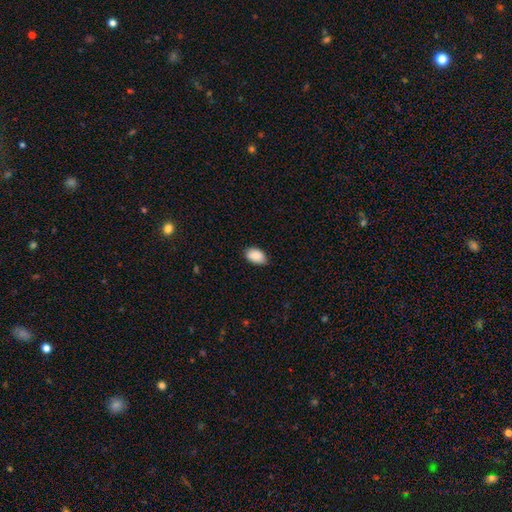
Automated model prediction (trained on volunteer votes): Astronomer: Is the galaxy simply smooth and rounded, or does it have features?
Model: smooth — 90%.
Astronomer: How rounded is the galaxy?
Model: in between — 92%.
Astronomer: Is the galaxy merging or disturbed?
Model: none — 81%.